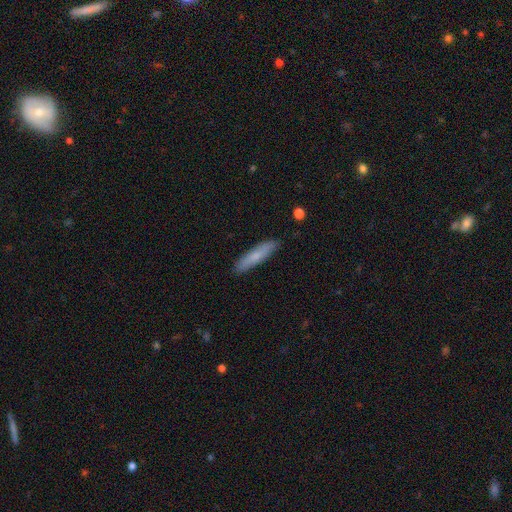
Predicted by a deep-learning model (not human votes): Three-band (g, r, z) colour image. It shows a smooth galaxy with no disk features (73%) that is cigar-shaped (85%). Merging: none (88%).